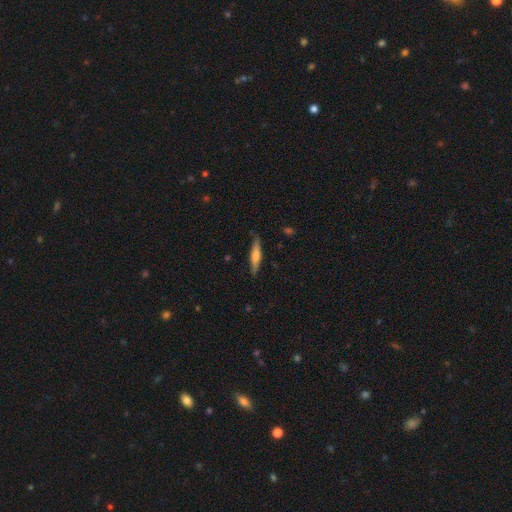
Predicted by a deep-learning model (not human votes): smooth 50%, featured or disk 44%, star or artifact 6%. Down the decision tree: how rounded — cigar-shaped (87%); merging — none (84%).